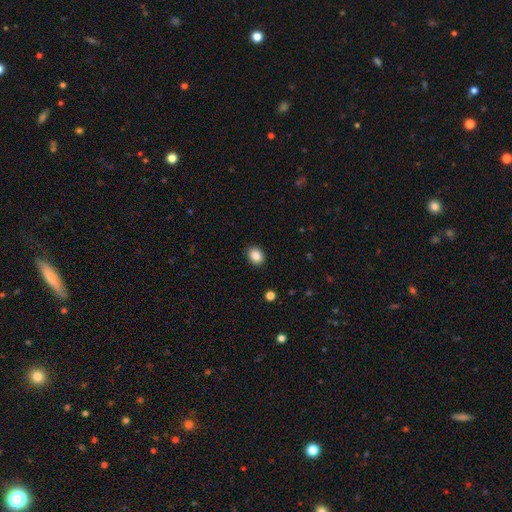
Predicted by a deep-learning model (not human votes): This is clearly a smooth galaxy (87%). How rounded: possibly in between (51%). Merging: clearly none (90%).